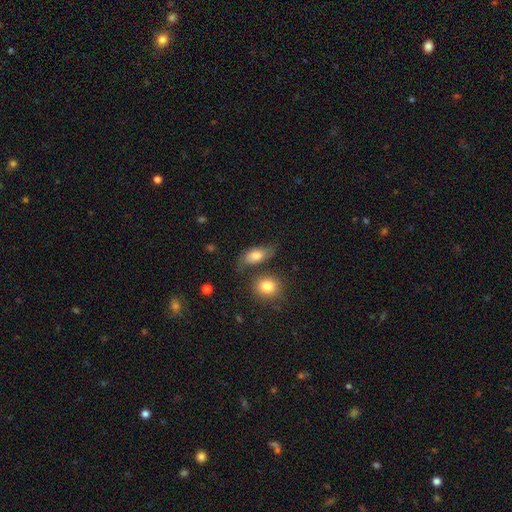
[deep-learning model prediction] Smooth or featured? smooth (73%)
How rounded? in between (84%)
Merging? none (59%)